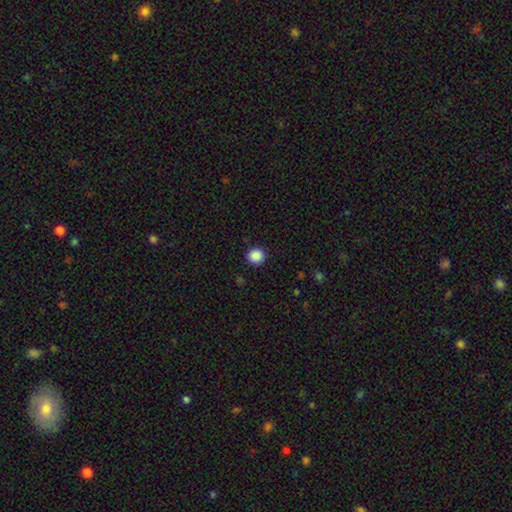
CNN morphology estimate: Q: Smooth or featured?
A: smooth (88%); runner-up: star or artifact (9%)
Q: How rounded?
A: round (89%); runner-up: in between (10%)
Q: Merging?
A: none (90%); runner-up: minor disturbance (6%)